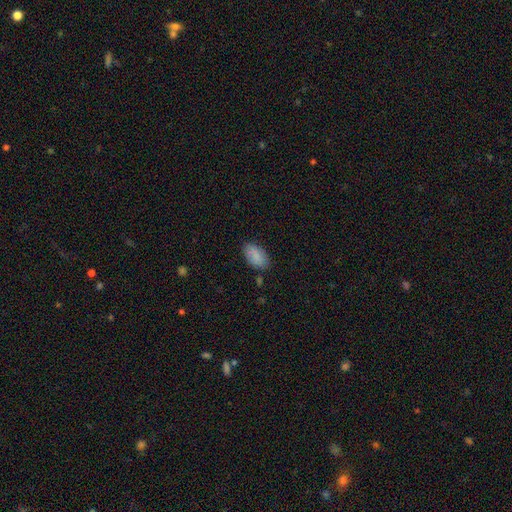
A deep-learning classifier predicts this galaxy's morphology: type=smooth (85%); roundness=in between (94%); merging=none (80%).